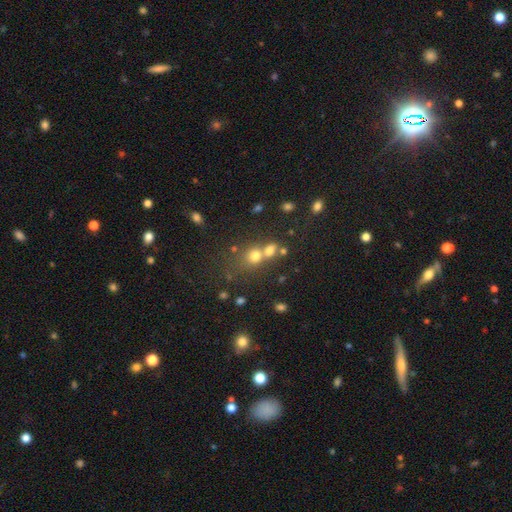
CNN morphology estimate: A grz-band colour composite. It shows a smooth galaxy with no disk features (66%) that is round (74%). Merging: merger (49%).